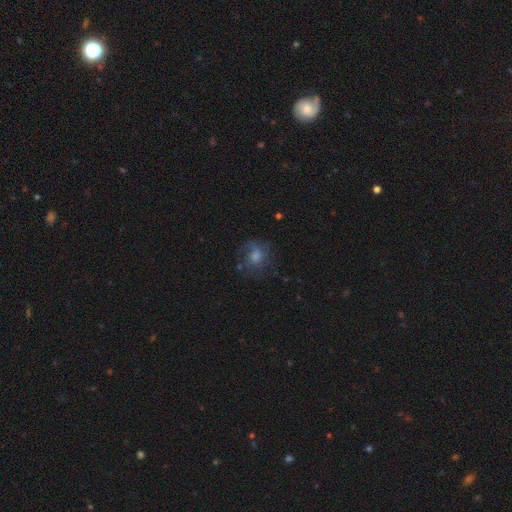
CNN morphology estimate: The model was most divided on "smooth or featured" (2-way tie): smooth: 40%, featured or disk: 40%, star or artifact: 20%. More confident: merging — none (63%).